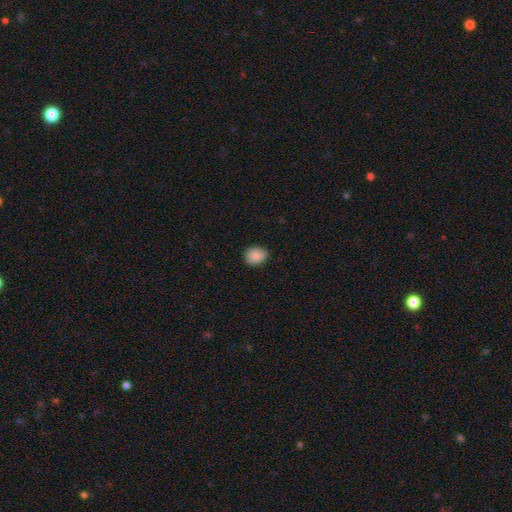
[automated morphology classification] This is clearly a smooth galaxy (88%). How rounded: possibly round (53%). Merging: clearly none (83%).